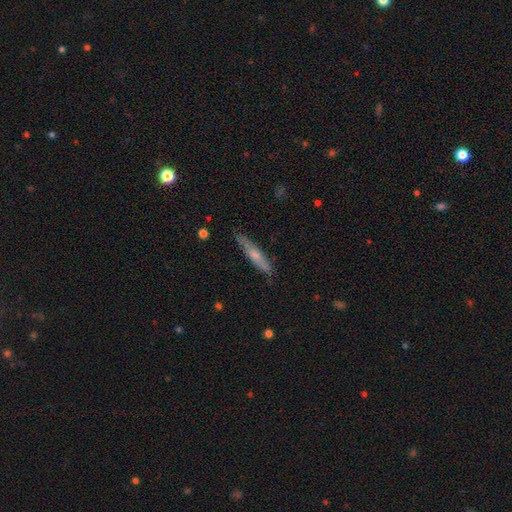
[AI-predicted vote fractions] A smooth galaxy with no disk features (50%).

Vote fractions:
- Smooth or featured? smooth: 50% / featured or disk: 44% / star or artifact: 6%
- Merging? none: 82% / minor disturbance: 14% / major disturbance: 2% / merger: 1%